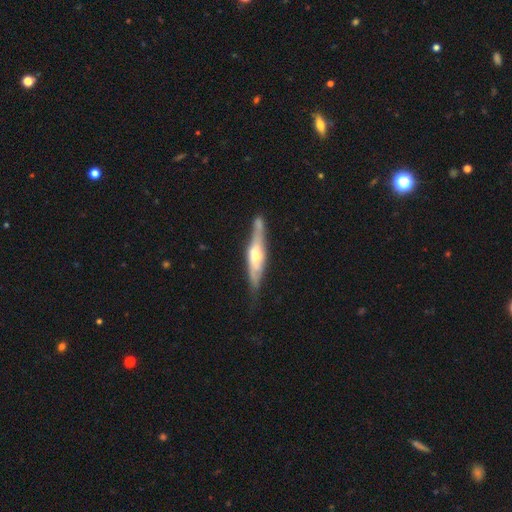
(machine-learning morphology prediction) smooth-or-featured: featured or disk: 67% | smooth: 27% | star or artifact: 5%
  disk-edge-on: yes: 85% | no: 15%
    edge-on-bulge: rounded: 76% | boxy: 15% | none: 9%
  merging: none: 69% | minor disturbance: 21% | major disturbance: 6% | merger: 5%